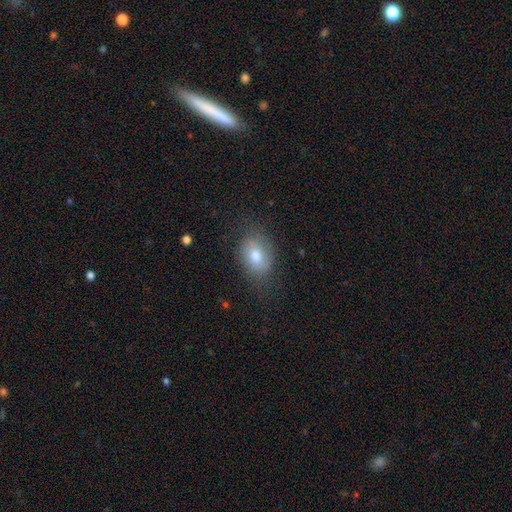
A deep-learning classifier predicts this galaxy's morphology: Smooth or featured?
  - smooth: 71% *
  - featured or disk: 21%
  - star or artifact: 9%
How rounded?
  - in between: 76% *
  - round: 23%
  - cigar-shaped: 1%
Merging?
  - none: 70% *
  - minor disturbance: 21%
  - major disturbance: 8%
  - merger: 1%